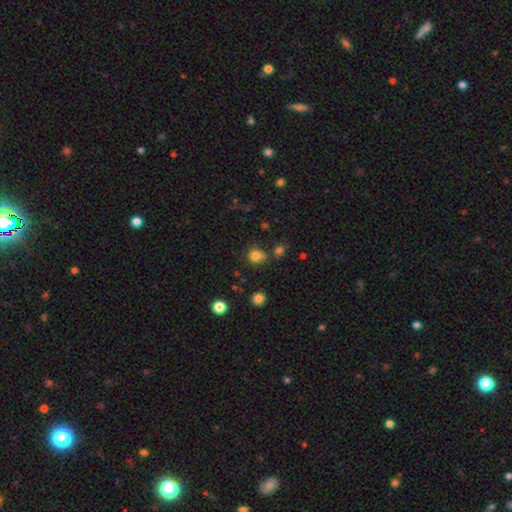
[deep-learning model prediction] This appears to be a smooth galaxy with no disk features (79%) that is round (82%). Merging: none (66%).